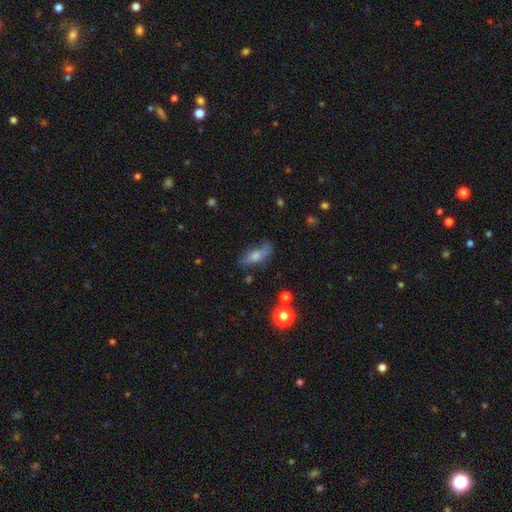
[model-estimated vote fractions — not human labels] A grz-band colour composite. It shows a smooth galaxy with no disk features (51%) that is in between round and cigar-shaped (58%). Merging: none (62%).